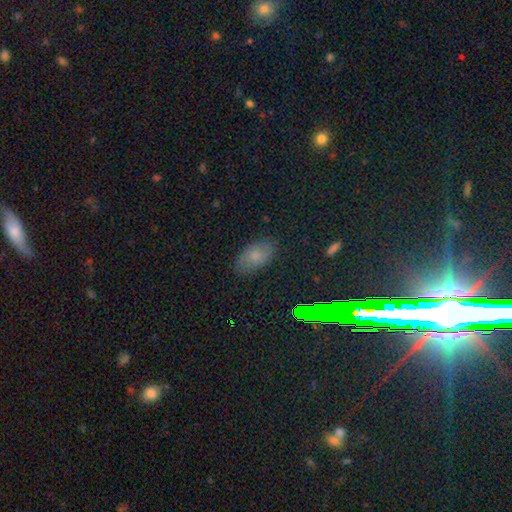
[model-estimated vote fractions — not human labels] The model was most divided on "smooth or featured": smooth: 68%, star or artifact: 17%, featured or disk: 15%. More confident: how rounded — in between (92%); merging — none (80%).